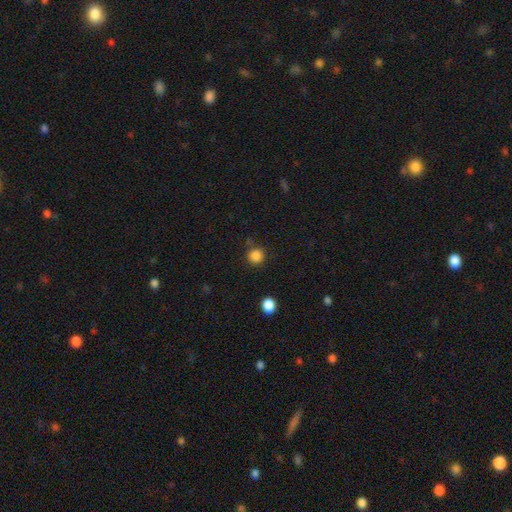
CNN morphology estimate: This appears to be a smooth galaxy with no disk features (85%) that is round (94%). Merging: none (86%).